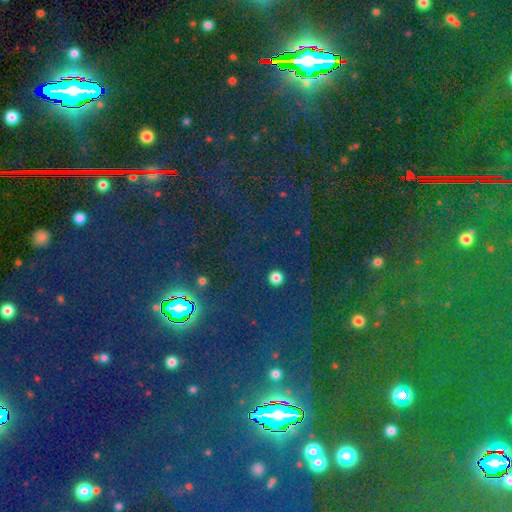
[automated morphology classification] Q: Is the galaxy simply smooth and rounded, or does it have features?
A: star or artifact — 81%.